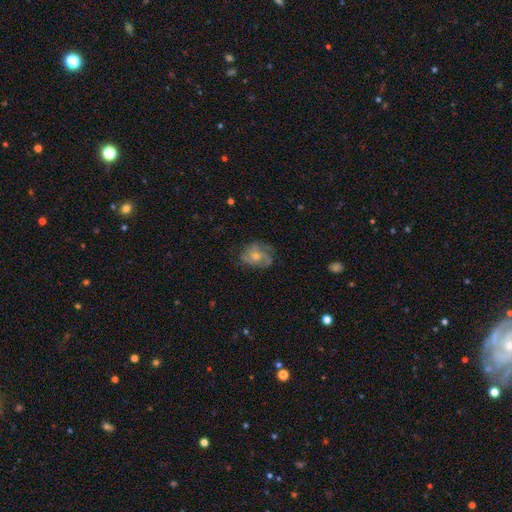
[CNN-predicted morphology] Q: Smooth or featured?
A: featured or disk (69%); runner-up: smooth (19%)
Q: Edge-on disk?
A: no (97%); runner-up: yes (3%)
Q: Bar?
A: no (75%); runner-up: weak (21%)
Q: Spiral arms?
A: yes (89%); runner-up: no (11%)
Q: Spiral winding?
A: tight (43%); runner-up: medium (42%)
Q: Spiral arm count?
A: 3 (31%); runner-up: can't tell (29%)
Q: Bulge size?
A: moderate (51%); runner-up: small (43%)
Q: Merging?
A: none (69%); runner-up: minor disturbance (20%)